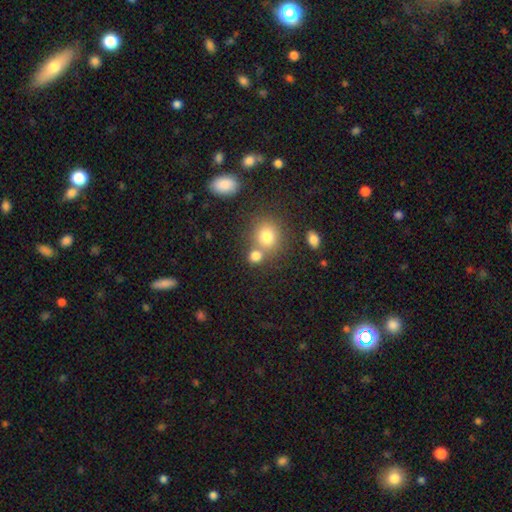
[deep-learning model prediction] A smooth galaxy with no disk features (78%) that is round (77%). Merging: none (55%).